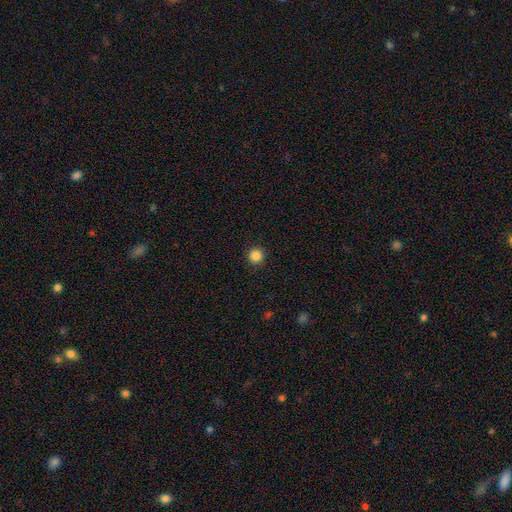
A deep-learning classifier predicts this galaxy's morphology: smooth-or-featured: smooth: 85% | star or artifact: 11% | featured or disk: 3%
  how-rounded: round: 96% | in between: 3% | cigar-shaped: 1%
  merging: none: 93% | minor disturbance: 4% | major disturbance: 2% | merger: 1%